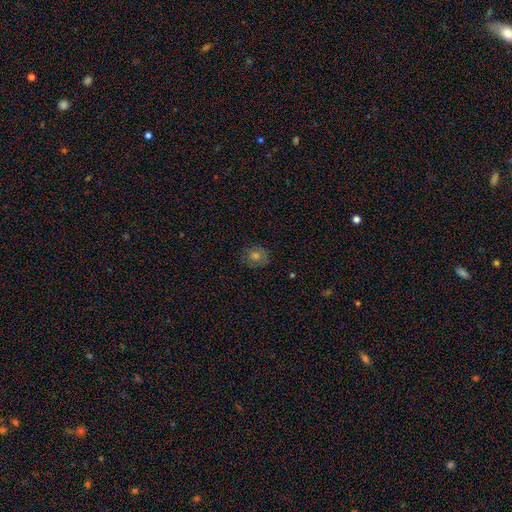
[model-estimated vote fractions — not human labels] Overall: smooth (58%; featured or disk 23%). How rounded: round (73%). Merging: none (82%).